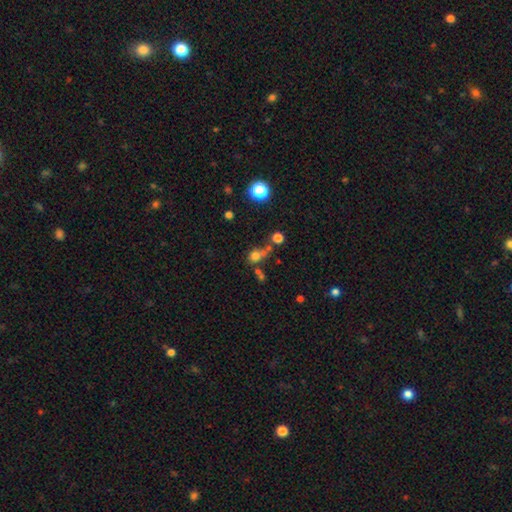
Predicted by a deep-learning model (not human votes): smooth_or_featured: smooth (p=0.69) [alt: star or artifact p=0.19]
how_rounded: round (p=0.76) [alt: in between p=0.22]
merging: none (p=0.44) [alt: merger p=0.34]